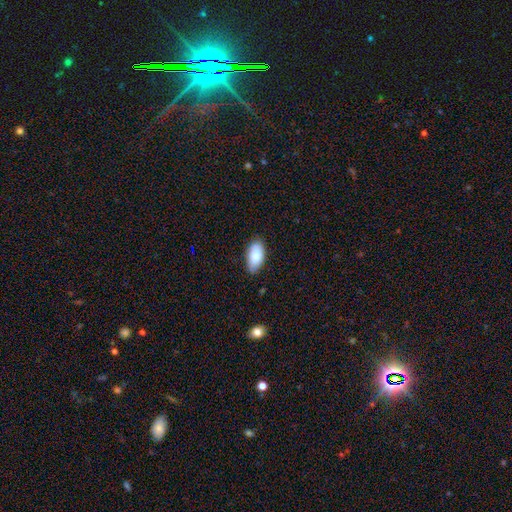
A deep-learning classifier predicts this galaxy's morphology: Smooth or featured? smooth (83%)
How rounded? in between (94%)
Merging? none (82%)